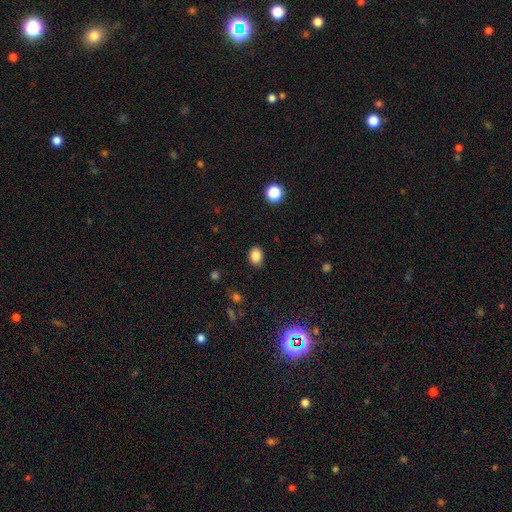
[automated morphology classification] smooth-or-featured: smooth: 85% | star or artifact: 11% | featured or disk: 4%
  how-rounded: in between: 60% | round: 39% | cigar-shaped: 1%
  merging: none: 84% | minor disturbance: 12% | major disturbance: 3% | merger: 1%